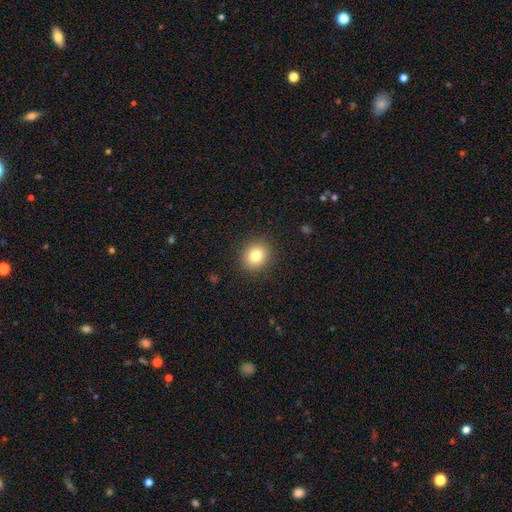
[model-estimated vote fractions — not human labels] This appears to be a smooth galaxy with no disk features (81%) that is round (78%). Merging: none (90%).